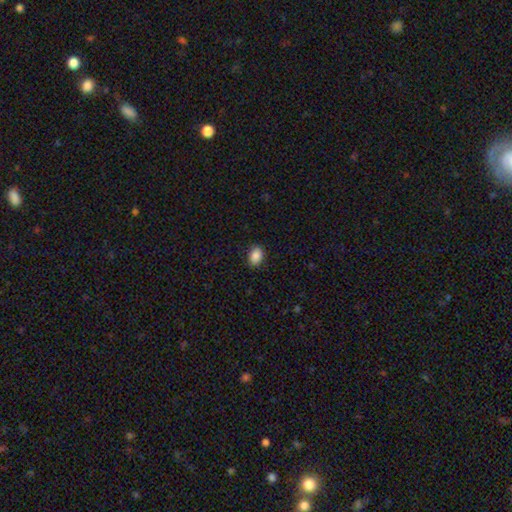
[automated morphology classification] Smooth or featured: smooth — 88% (star or artifact — 8%)
How rounded: in between — 77% (round — 22%)
Merging: none — 88% (minor disturbance — 9%)